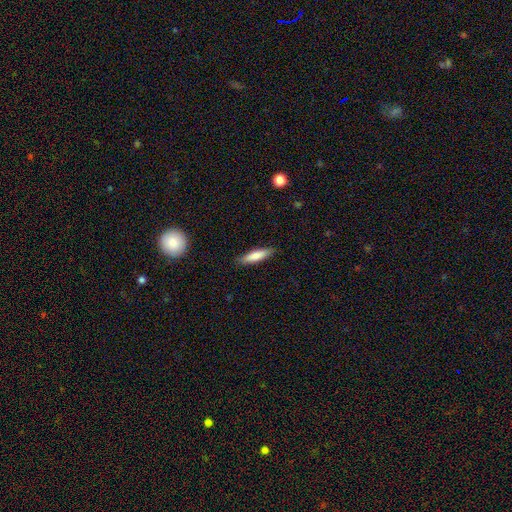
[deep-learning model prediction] A smooth galaxy with no disk features (77%) that is cigar-shaped (72%).

Vote fractions:
- Smooth or featured? smooth: 77% / featured or disk: 17% / star or artifact: 6%
- How rounded? cigar-shaped: 72% / in between: 27% / round: 1%
- Merging? none: 88% / minor disturbance: 9% / major disturbance: 2% / merger: 1%